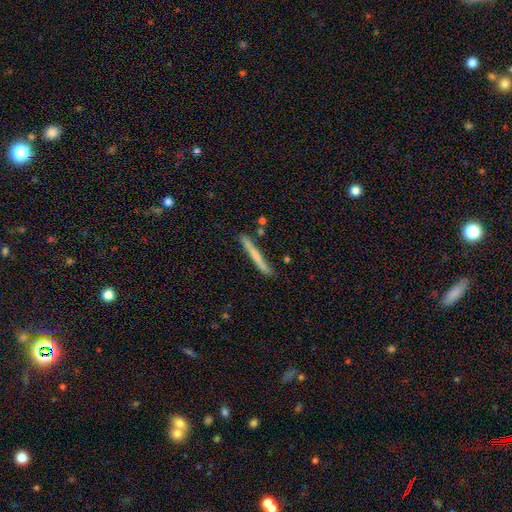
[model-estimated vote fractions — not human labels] Smooth or featured? smooth (64%)
How rounded? cigar-shaped (97%)
Merging? none (83%)